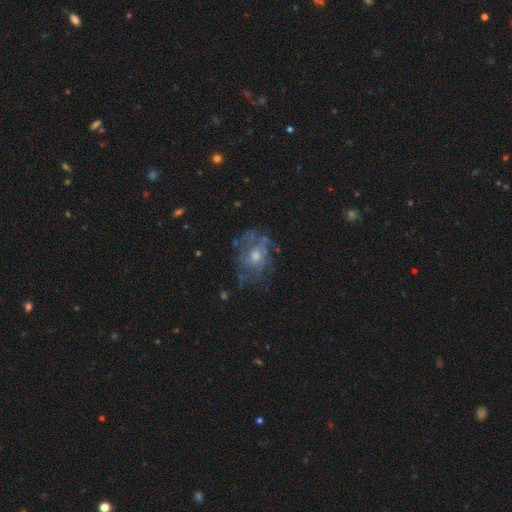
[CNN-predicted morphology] featured or disk 62%, smooth 26%, star or artifact 12%. Down the decision tree: edge-on disk — no (96%); bar — no (78%); spiral arms — yes (54%); bulge size — moderate (58%); merging — none (62%).